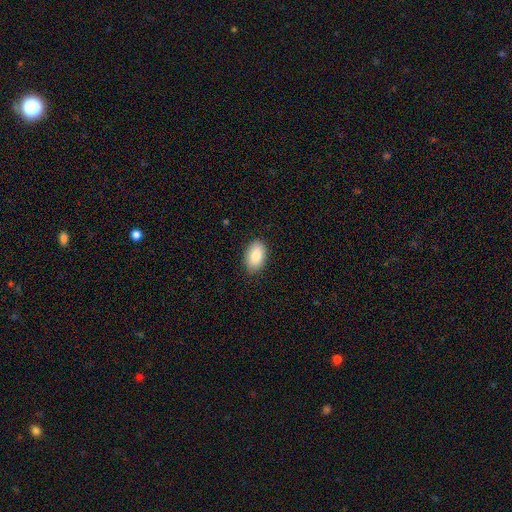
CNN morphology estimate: Overall: smooth (85%). How rounded: in between (93%). Merging: none (86%).